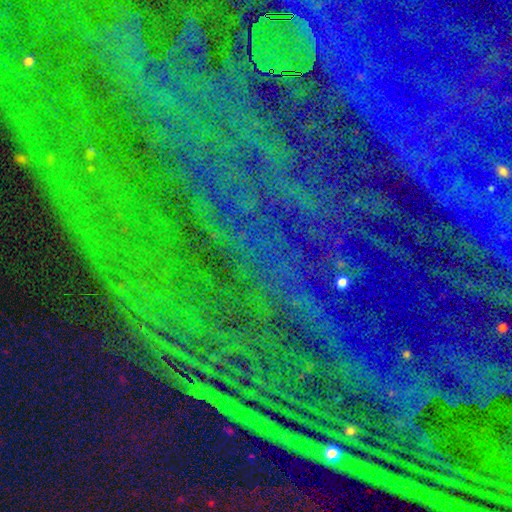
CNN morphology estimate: Smooth or featured?
  - star or artifact: 86% *
  - featured or disk: 7%
  - smooth: 7%